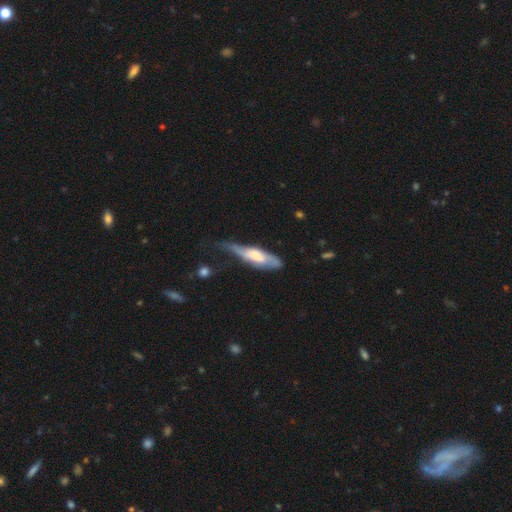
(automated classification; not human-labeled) Smooth or featured? Predicted: smooth (p=0.50). Merging? Predicted: minor disturbance (p=0.37).